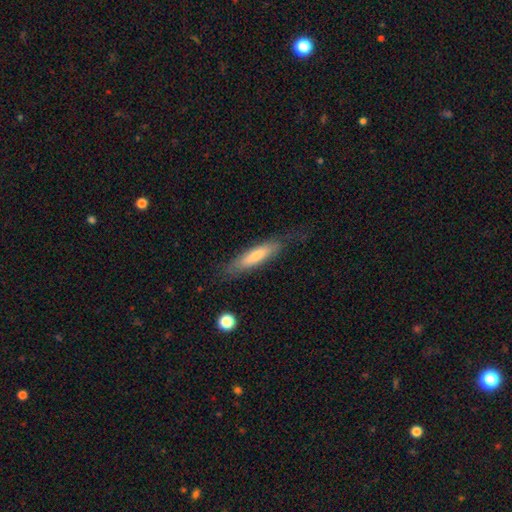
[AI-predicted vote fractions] Smooth or featured? smooth (65%)
How rounded? cigar-shaped (80%)
Merging? none (73%)